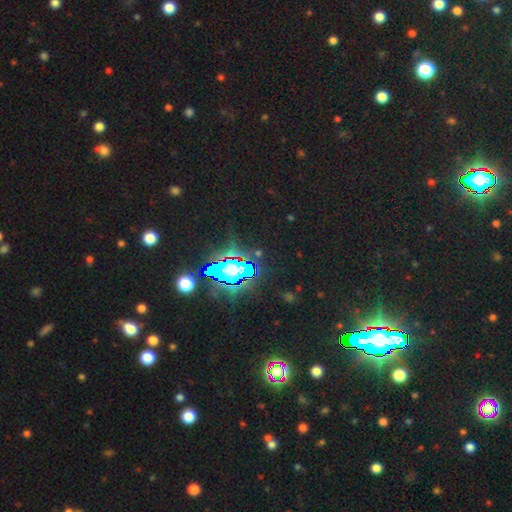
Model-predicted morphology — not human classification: This appears to be a star or artifact, not a galaxy (69%).